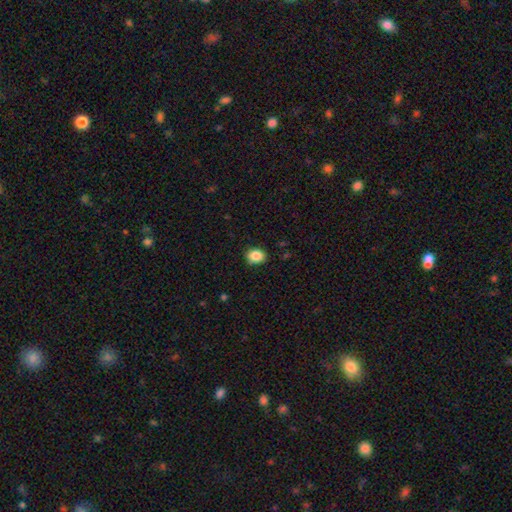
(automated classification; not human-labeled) smooth 87%, star or artifact 9%, featured or disk 4%. Down the decision tree: how rounded — round (52%); merging — none (85%).